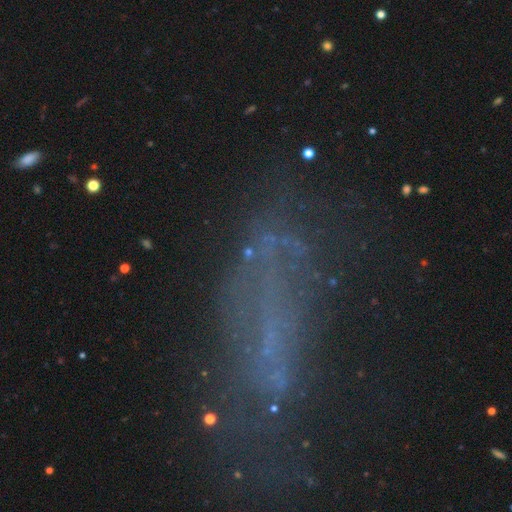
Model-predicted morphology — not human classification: Smooth or featured? Predicted: featured or disk (p=0.46). Merging? Predicted: none (p=0.45).